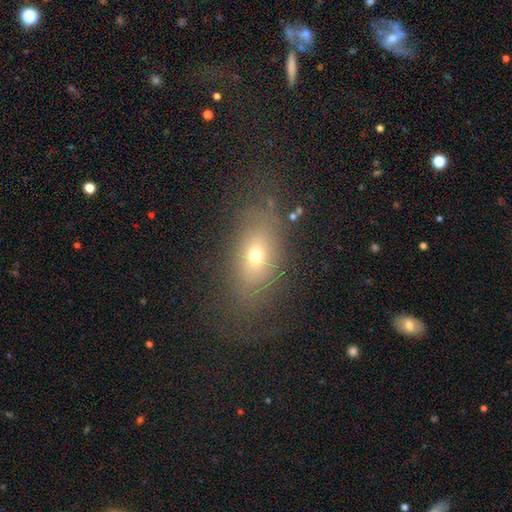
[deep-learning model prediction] smooth_or_featured: smooth (p=0.62) [alt: featured or disk p=0.23]
how_rounded: in between (p=0.76) [alt: round p=0.16]
merging: none (p=0.69) [alt: minor disturbance p=0.17]